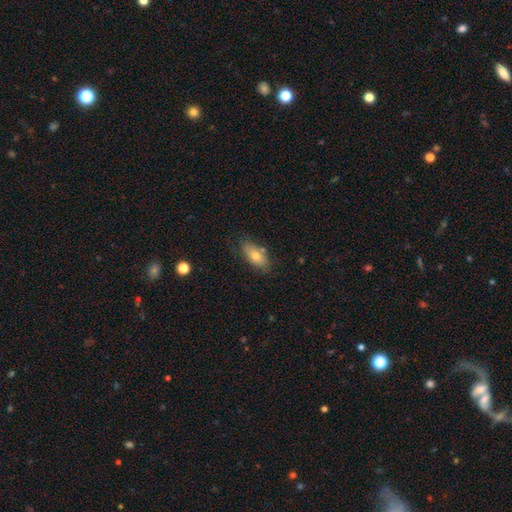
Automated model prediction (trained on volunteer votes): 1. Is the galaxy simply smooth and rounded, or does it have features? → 71% smooth, 21% featured or disk, 8% star or artifact.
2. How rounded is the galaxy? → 84% in between, 13% cigar-shaped, 4% round.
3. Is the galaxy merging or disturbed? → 76% none, 18% minor disturbance, 3% major disturbance, 3% merger.